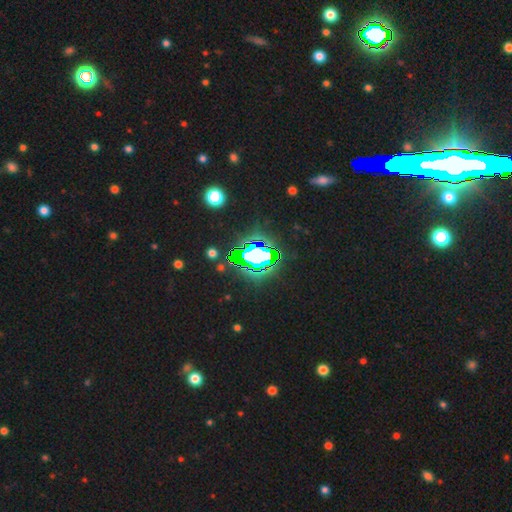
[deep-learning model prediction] The model was most divided on "smooth or featured": star or artifact: 72%, smooth: 16%, featured or disk: 12%.